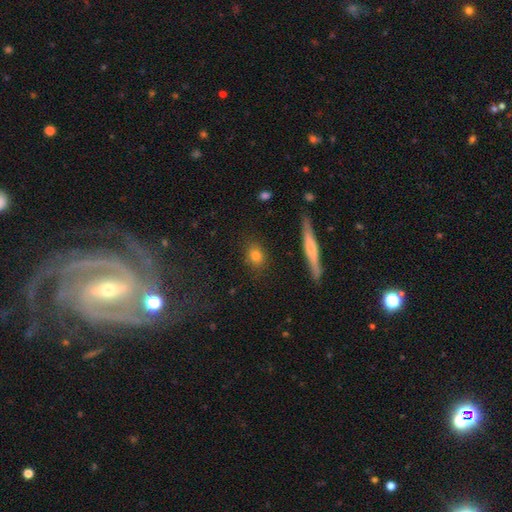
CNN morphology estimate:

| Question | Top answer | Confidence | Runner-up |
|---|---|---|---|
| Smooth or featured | smooth | 78% | featured or disk (11%) |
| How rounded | round | 60% | in between (35%) |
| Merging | none | 86% | minor disturbance (9%) |